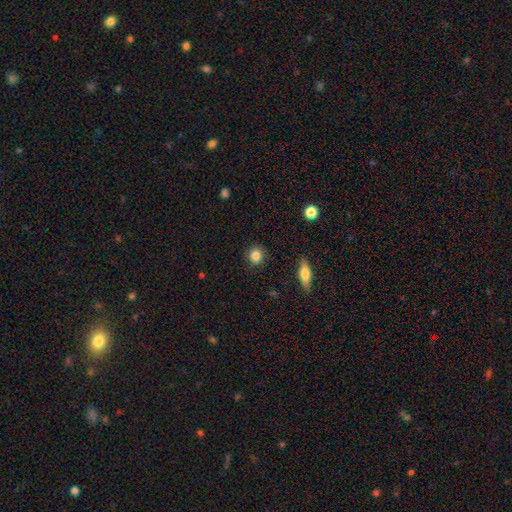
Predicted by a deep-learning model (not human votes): Morphology: type=smooth (85%); roundness=round (86%); merging=none (88%).